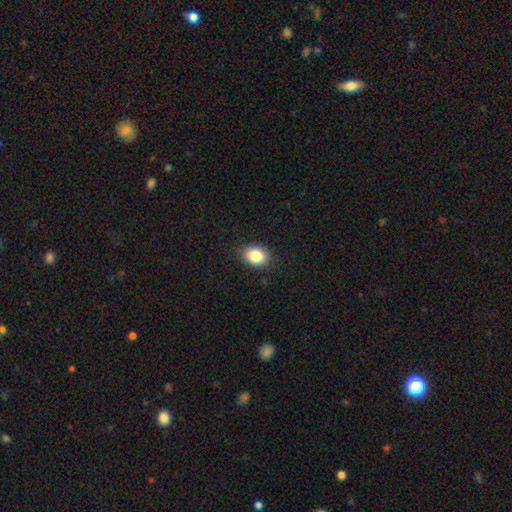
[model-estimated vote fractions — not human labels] smooth 84%, star or artifact 9%, featured or disk 7%. Down the decision tree: how rounded — in between (62%); merging — none (88%).